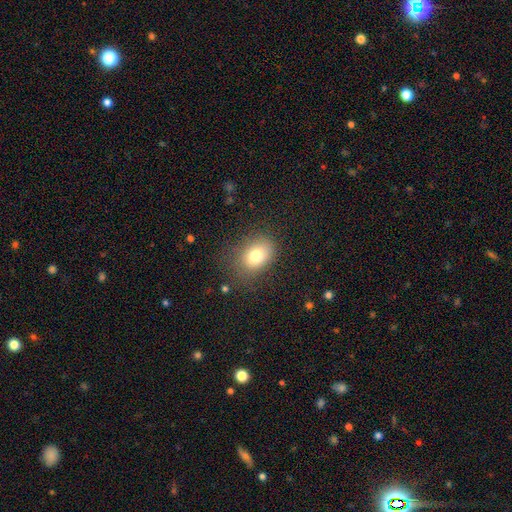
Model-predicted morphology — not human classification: Smooth or featured?
  - smooth: 77% *
  - featured or disk: 12%
  - star or artifact: 11%
How rounded?
  - in between: 67% *
  - round: 32%
  - cigar-shaped: 1%
Merging?
  - none: 76% *
  - minor disturbance: 16%
  - major disturbance: 7%
  - merger: 1%